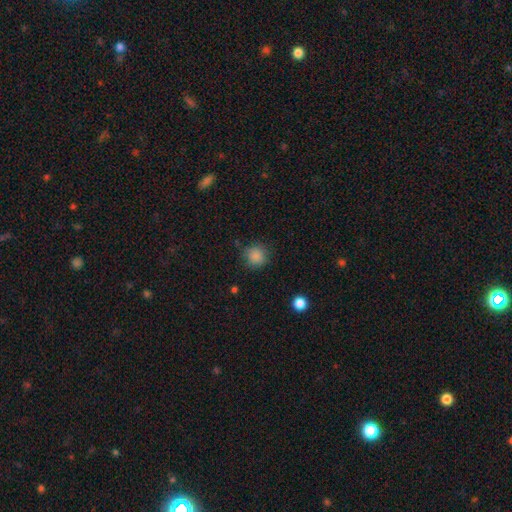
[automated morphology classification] smooth-or-featured: smooth: 85% | star or artifact: 11% | featured or disk: 4%
  how-rounded: round: 91% | in between: 8% | cigar-shaped: 1%
  merging: none: 81% | minor disturbance: 13% | major disturbance: 4% | merger: 2%